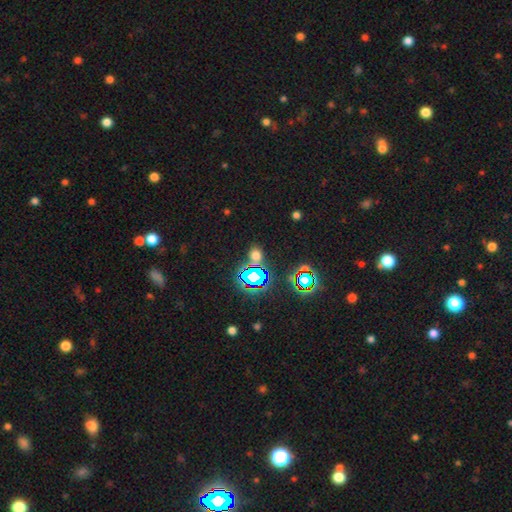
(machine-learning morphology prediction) Smooth or featured? Predicted: smooth (p=0.49). Merging? Predicted: none (p=0.79).